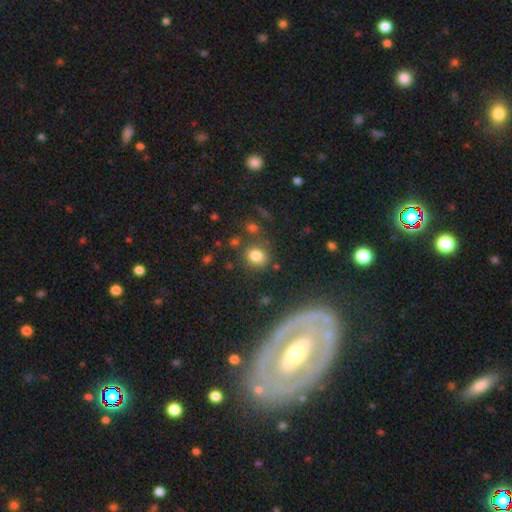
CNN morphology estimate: The model was most divided on "how rounded": round: 62%, in between: 37%, cigar-shaped: 1%. More confident: smooth or featured — smooth (79%); merging — none (76%).